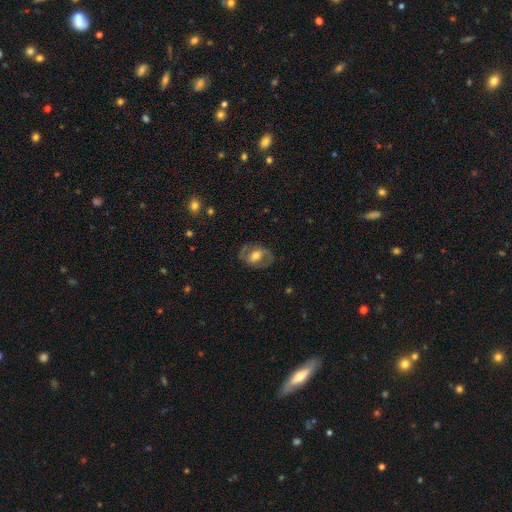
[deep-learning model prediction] smooth-or-featured: featured or disk: 64% | smooth: 29% | star or artifact: 7%
  disk-edge-on: no: 94% | yes: 6%
    bar: weak: 40% | no: 35% | strong: 25%
    has-spiral-arms: yes: 70% | no: 30%
    bulge-size: moderate: 64% | small: 17% | large: 16% | none: 2% | dominant: 2%
  merging: none: 76% | minor disturbance: 14% | major disturbance: 8% | merger: 1%